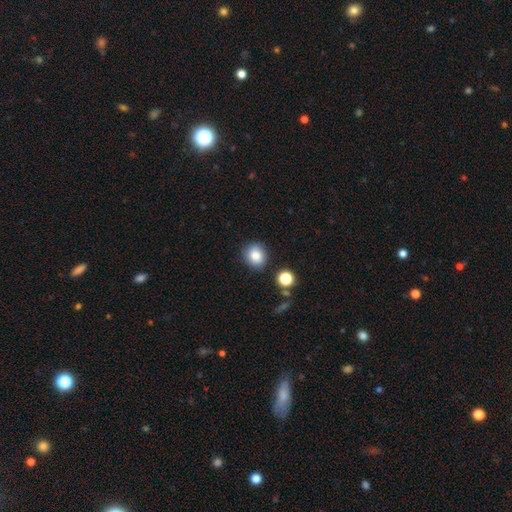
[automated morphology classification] smooth 83%, star or artifact 11%, featured or disk 7%. Down the decision tree: how rounded — round (74%); merging — none (82%).